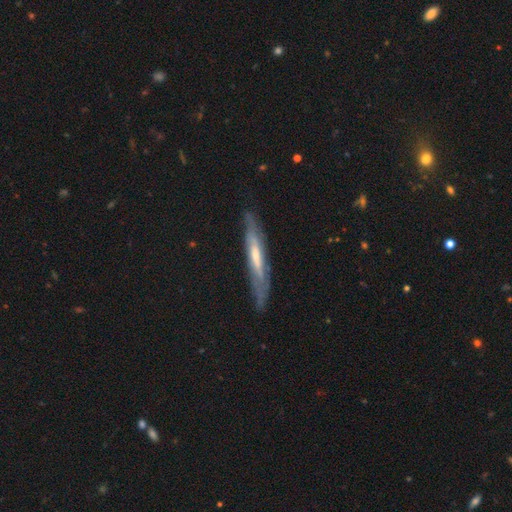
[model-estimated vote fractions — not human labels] Smooth or featured: featured or disk — 64% (smooth — 30%)
Edge-on disk: yes — 74% (no — 26%)
Merging: none — 77% (minor disturbance — 17%)